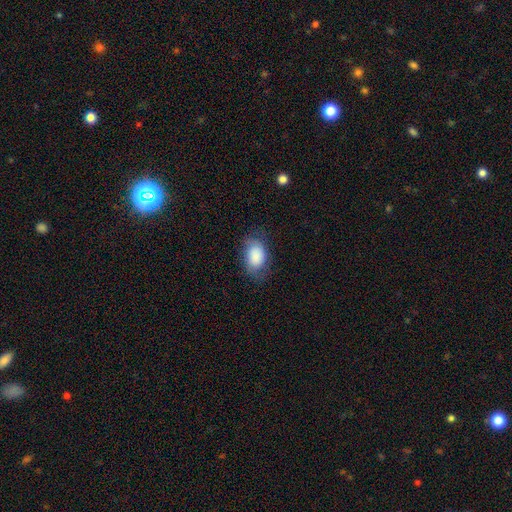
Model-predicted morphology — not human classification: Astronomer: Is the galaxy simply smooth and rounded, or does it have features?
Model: smooth — 81%.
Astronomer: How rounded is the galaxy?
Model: in between — 85%.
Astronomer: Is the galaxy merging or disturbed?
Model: none — 63%.